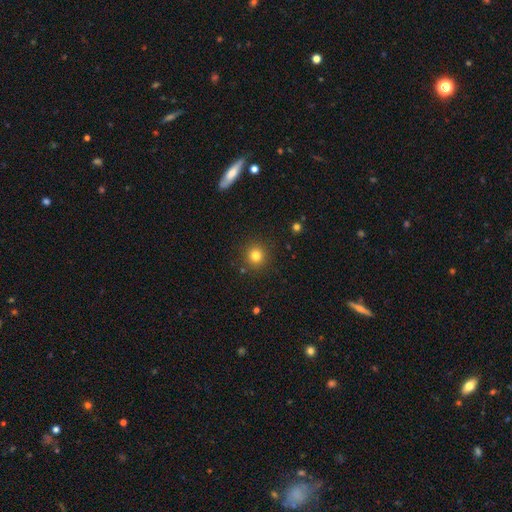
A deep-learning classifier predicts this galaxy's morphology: Overall: smooth (80%). How rounded: round (94%). Merging: none (90%).